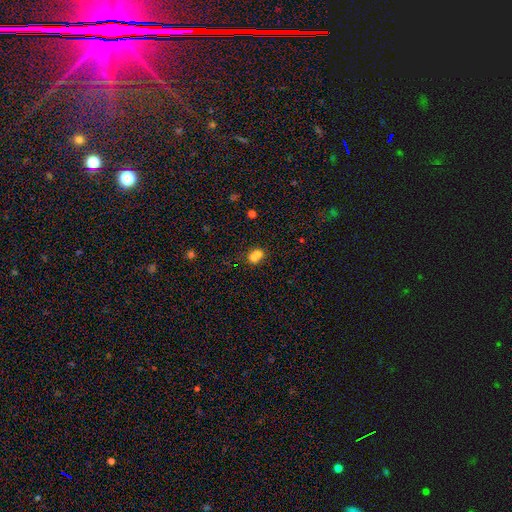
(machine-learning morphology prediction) The model was most divided on "how rounded": round: 68%, in between: 31%, cigar-shaped: 1%. More confident: smooth or featured — smooth (68%); merging — merger (66%).